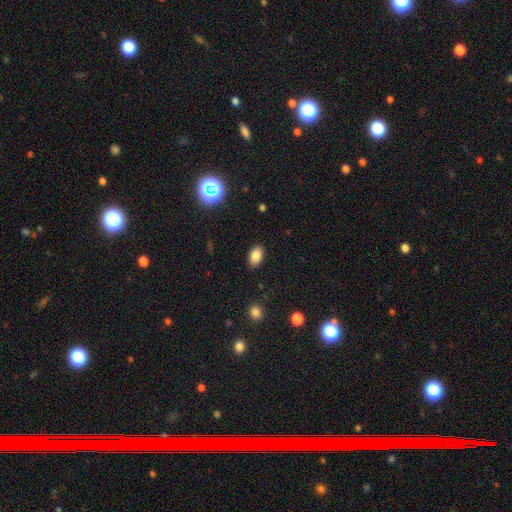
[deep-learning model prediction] Smooth or featured?
  - smooth: 84% *
  - star or artifact: 10%
  - featured or disk: 6%
How rounded?
  - in between: 89% *
  - round: 10%
  - cigar-shaped: 2%
Merging?
  - none: 87% *
  - minor disturbance: 9%
  - major disturbance: 2%
  - merger: 1%